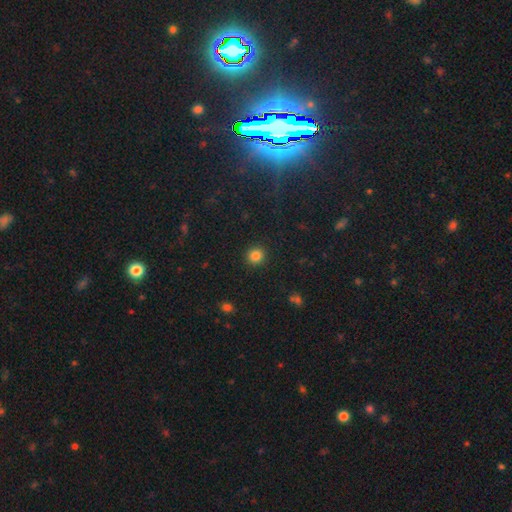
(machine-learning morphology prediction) smooth-or-featured: smooth: 83% | star or artifact: 12% | featured or disk: 5%
  how-rounded: round: 91% | in between: 8% | cigar-shaped: 1%
  merging: none: 92% | minor disturbance: 5% | major disturbance: 2% | merger: 1%